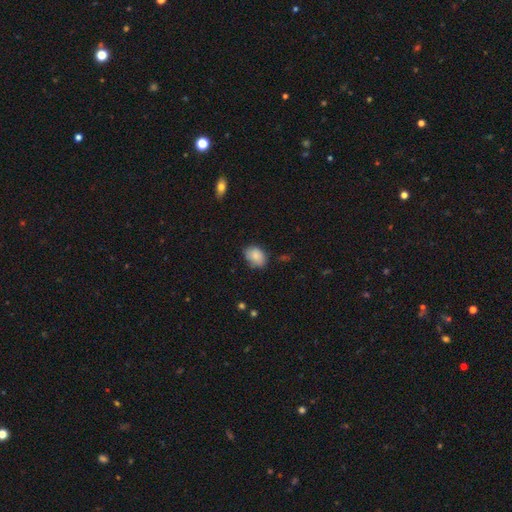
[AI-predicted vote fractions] A smooth galaxy with no disk features (85%) that is in between round and cigar-shaped (73%).

Vote fractions:
- Smooth or featured? smooth: 85% / featured or disk: 8% / star or artifact: 8%
- How rounded? in between: 73% / round: 26% / cigar-shaped: 1%
- Merging? none: 71% / minor disturbance: 24% / major disturbance: 4% / merger: 1%